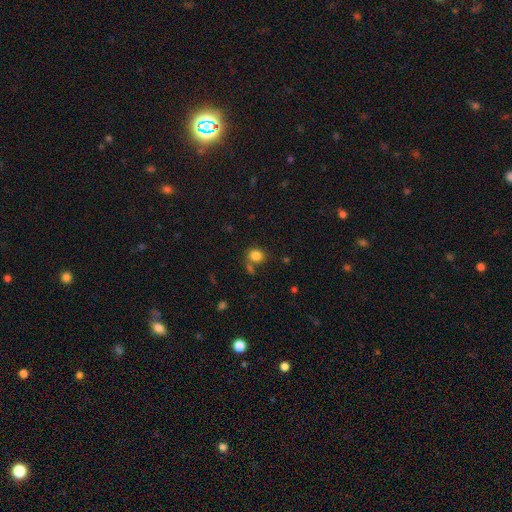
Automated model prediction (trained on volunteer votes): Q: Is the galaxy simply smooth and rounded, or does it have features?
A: smooth — 83%.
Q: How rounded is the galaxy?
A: round — 71%.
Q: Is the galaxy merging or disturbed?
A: none — 67%.